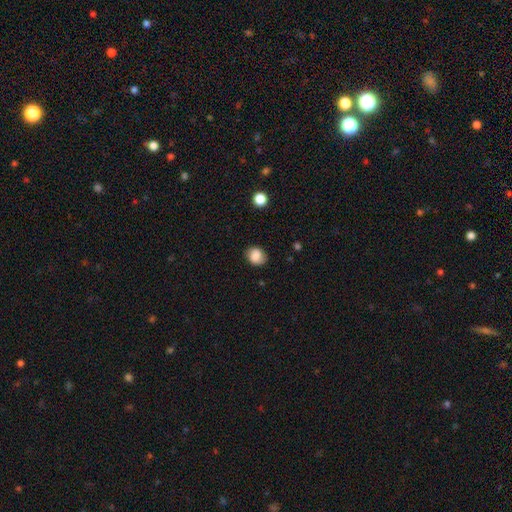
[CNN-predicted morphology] smooth 81%, featured or disk 9%, star or artifact 9%. Down the decision tree: how rounded — round (63%); merging — none (74%).